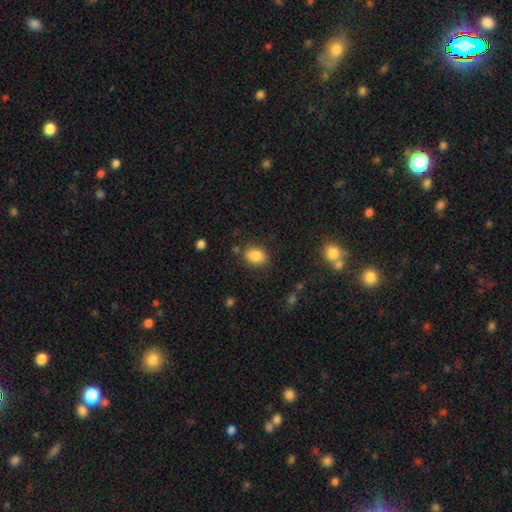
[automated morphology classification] smooth_or_featured: smooth (p=0.85) [alt: star or artifact p=0.09]
how_rounded: in between (p=0.72) [alt: round p=0.27]
merging: none (p=0.79) [alt: minor disturbance p=0.14]